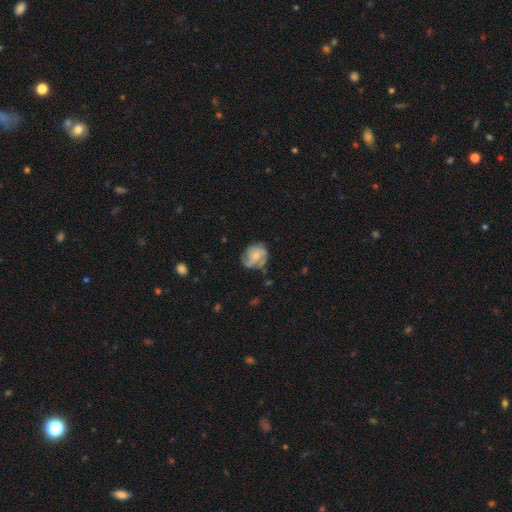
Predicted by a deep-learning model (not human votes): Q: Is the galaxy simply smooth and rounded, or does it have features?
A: featured or disk — 66%.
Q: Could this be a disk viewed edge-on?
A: no — 98%.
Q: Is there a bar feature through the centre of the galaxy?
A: no — 72%.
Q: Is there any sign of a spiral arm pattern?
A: yes — 89%.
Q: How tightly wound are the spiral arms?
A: medium — 42%, tied with tight.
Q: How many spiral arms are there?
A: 3 — 39%.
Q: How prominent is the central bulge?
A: small — 49%.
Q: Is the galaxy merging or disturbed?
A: none — 63%.